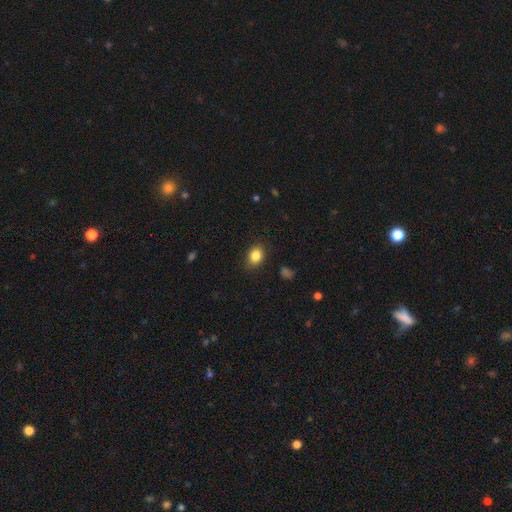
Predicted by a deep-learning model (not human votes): Q: Smooth or featured?
A: smooth (85%); runner-up: star or artifact (9%)
Q: How rounded?
A: in between (61%); runner-up: round (38%)
Q: Merging?
A: none (84%); runner-up: minor disturbance (12%)